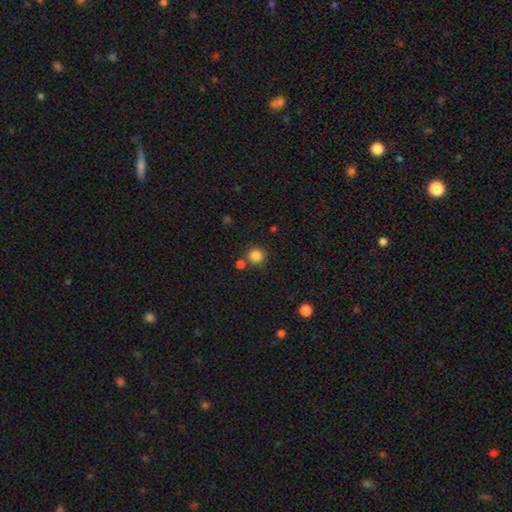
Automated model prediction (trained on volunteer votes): A smooth galaxy with no disk features (85%) that is round (92%).

Vote fractions:
- Smooth or featured? smooth: 85% / star or artifact: 11% / featured or disk: 4%
- How rounded? round: 92% / in between: 7% / cigar-shaped: 1%
- Merging? none: 76% / merger: 12% / minor disturbance: 9% / major disturbance: 3%